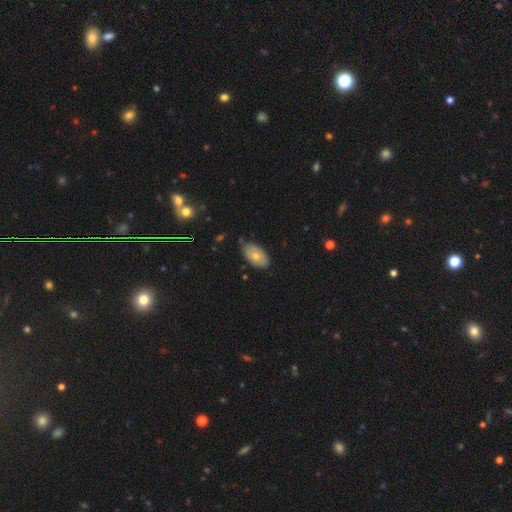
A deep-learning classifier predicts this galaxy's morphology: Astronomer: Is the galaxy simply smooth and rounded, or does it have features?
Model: smooth — 69%.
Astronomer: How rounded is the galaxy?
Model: in between — 93%.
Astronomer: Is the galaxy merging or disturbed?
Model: none — 75%.